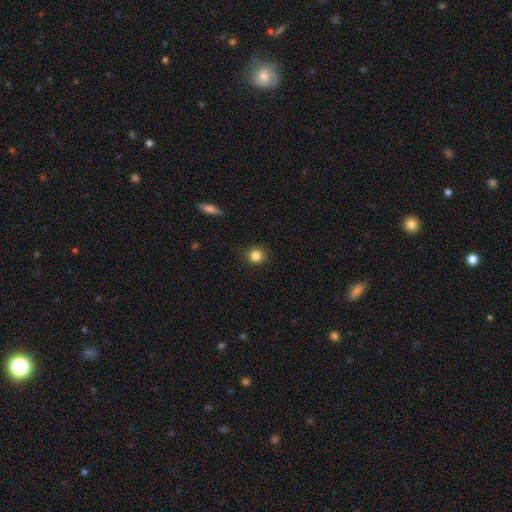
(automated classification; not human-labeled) smooth 84%, star or artifact 11%, featured or disk 5%. Down the decision tree: how rounded — round (90%); merging — none (89%).